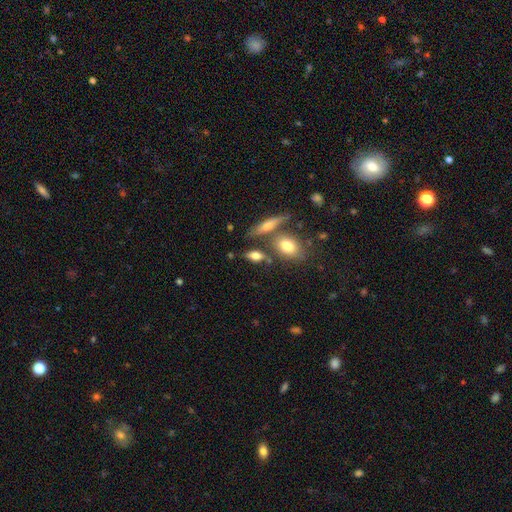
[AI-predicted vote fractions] smooth 68%, featured or disk 23%, star or artifact 9%. Down the decision tree: how rounded — in between (71%); merging — none (65%).